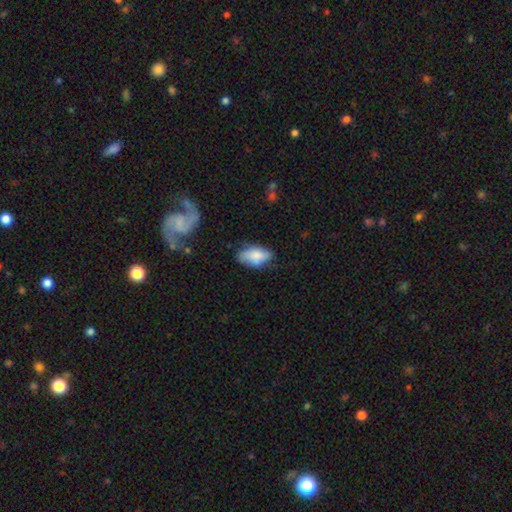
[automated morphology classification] Smooth or featured? smooth (74%)
How rounded? in between (91%)
Merging? none (55%)